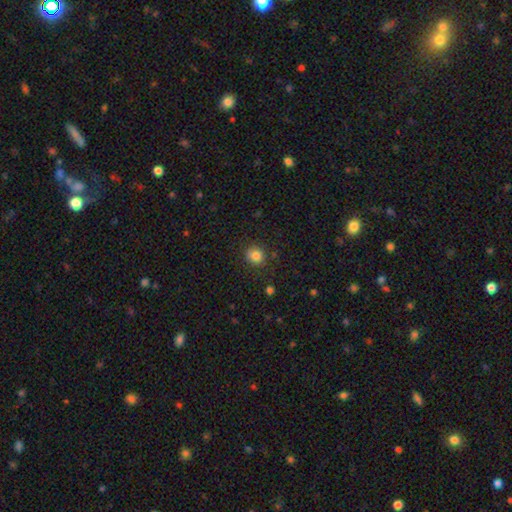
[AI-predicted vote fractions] Overall: smooth (83%). How rounded: round (86%). Merging: none (84%).